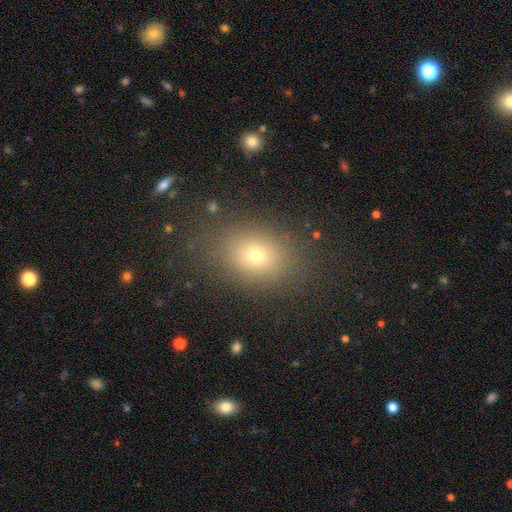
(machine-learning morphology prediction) A smooth galaxy with no disk features (70%) that is in between round and cigar-shaped (56%).

Vote fractions:
- Smooth or featured? smooth: 70% / star or artifact: 18% / featured or disk: 12%
- How rounded? in between: 56% / round: 43% / cigar-shaped: 1%
- Merging? none: 81% / minor disturbance: 11% / major disturbance: 6% / merger: 2%